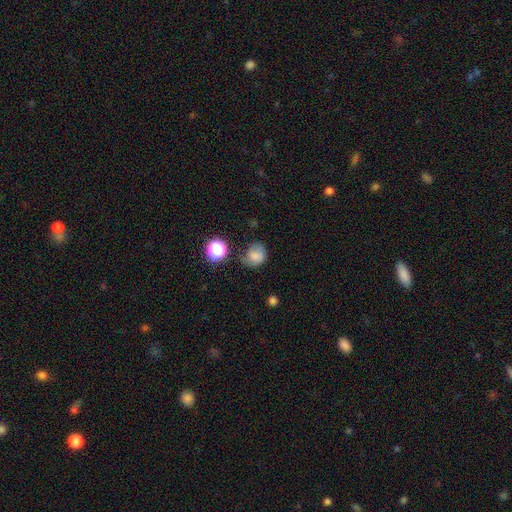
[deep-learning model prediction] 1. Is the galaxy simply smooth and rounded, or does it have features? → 74% smooth, 14% star or artifact, 12% featured or disk.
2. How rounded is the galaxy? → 69% round, 30% in between, 1% cigar-shaped.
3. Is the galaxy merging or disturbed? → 55% none, 29% minor disturbance, 12% major disturbance, 4% merger.